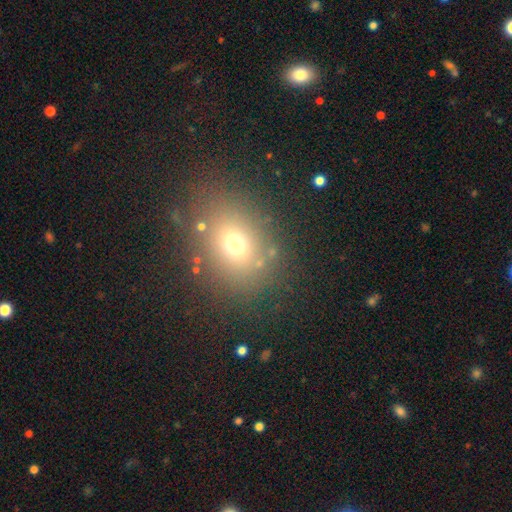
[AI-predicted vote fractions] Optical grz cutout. It shows a smooth galaxy with no disk features (65%) that is in between round and cigar-shaped (54%). Merging: none (81%).